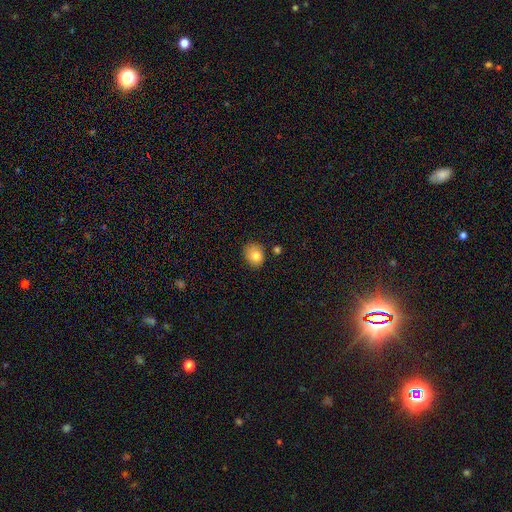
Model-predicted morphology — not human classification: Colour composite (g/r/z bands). It shows a smooth galaxy with no disk features (80%) that is round (63%). Merging: none (73%).